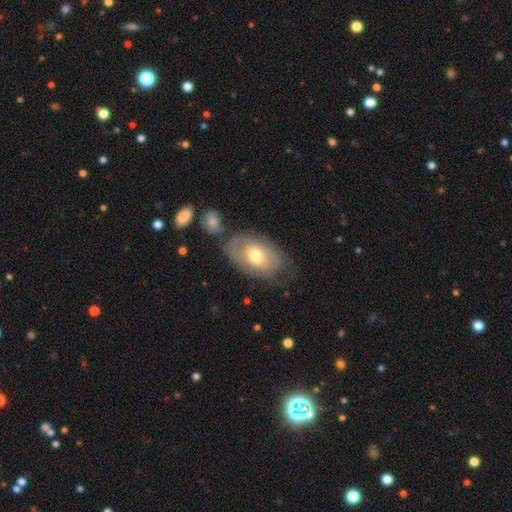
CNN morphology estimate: featured or disk 49%, smooth 45%, star or artifact 7%. Down the decision tree: merging — none (55%).